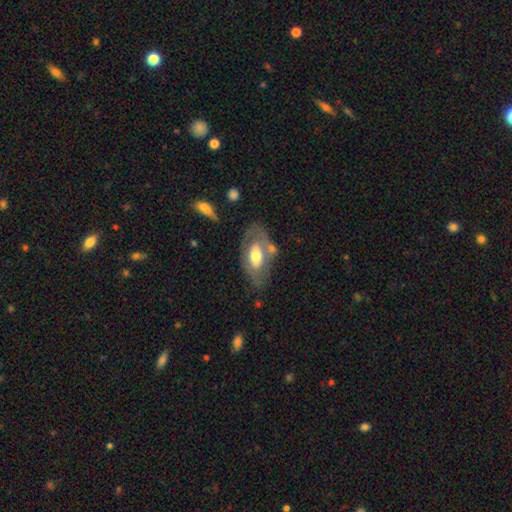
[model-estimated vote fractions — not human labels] This is possibly a featured or disk galaxy (52%). It is clearly not viewed edge-on (87%). Merging: possibly none (54%).